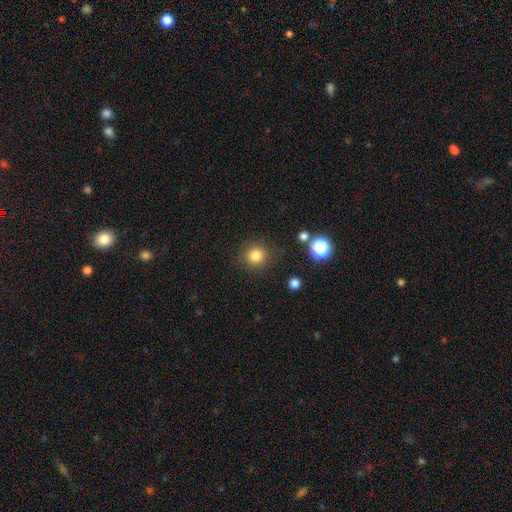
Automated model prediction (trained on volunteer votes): A smooth galaxy with no disk features (82%) that is round (93%). Merging: none (89%).